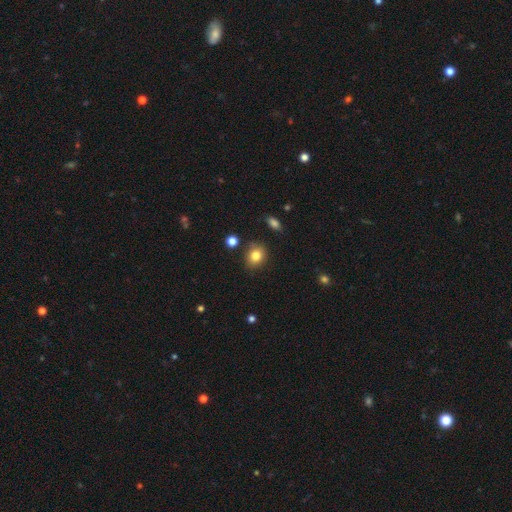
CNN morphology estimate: A smooth galaxy with no disk features (82%) that is round (68%).

Vote fractions:
- Smooth or featured? smooth: 82% / star or artifact: 11% / featured or disk: 7%
- How rounded? round: 68% / in between: 31% / cigar-shaped: 1%
- Merging? none: 82% / minor disturbance: 12% / merger: 3% / major disturbance: 3%